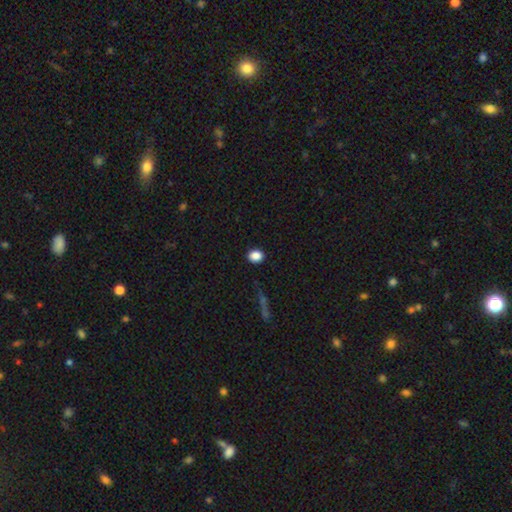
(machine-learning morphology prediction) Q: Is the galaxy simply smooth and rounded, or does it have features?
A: smooth — 87%.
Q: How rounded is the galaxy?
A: round — 56%.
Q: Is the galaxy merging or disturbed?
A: none — 90%.